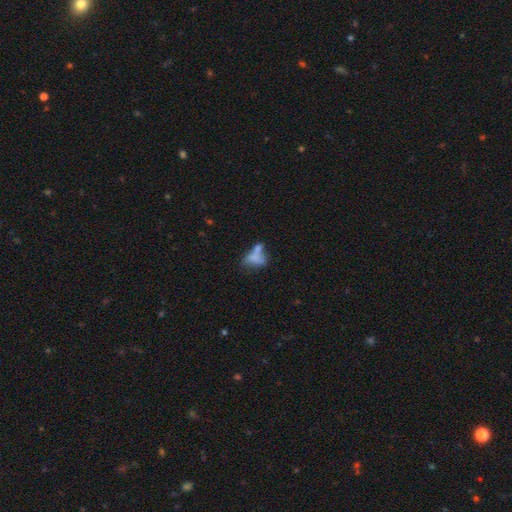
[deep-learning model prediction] Morphology: type=smooth (65%); roundness=in between (81%); merging=merger (48%).